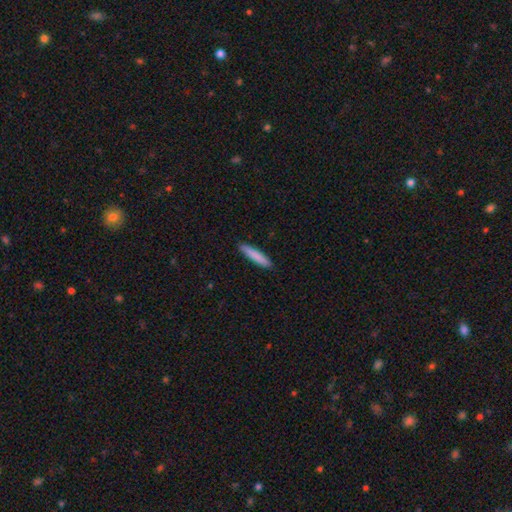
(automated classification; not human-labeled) Smooth or featured? Predicted: smooth (p=0.83). How rounded? Predicted: cigar-shaped (p=0.92). Merging? Predicted: none (p=0.91).